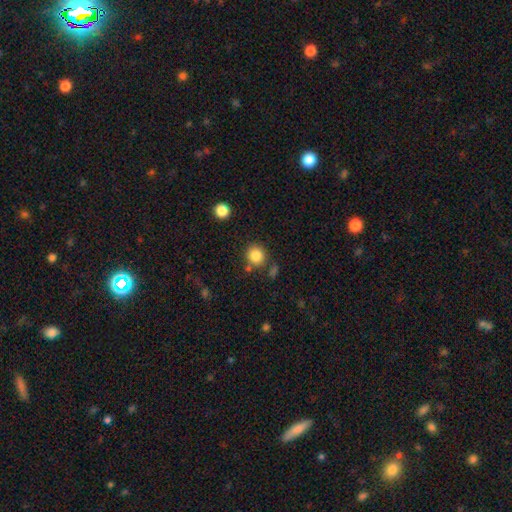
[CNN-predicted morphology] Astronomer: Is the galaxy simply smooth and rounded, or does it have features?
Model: smooth — 85%.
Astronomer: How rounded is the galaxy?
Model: round — 90%.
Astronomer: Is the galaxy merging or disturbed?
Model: none — 79%.